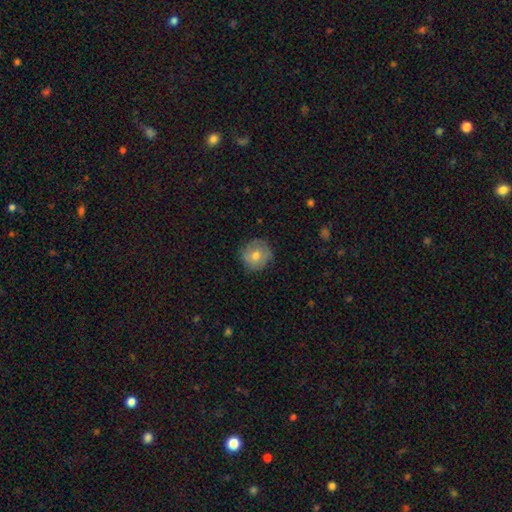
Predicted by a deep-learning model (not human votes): This is likely a smooth galaxy (62%). How rounded: clearly round (91%). Merging: clearly none (81%).